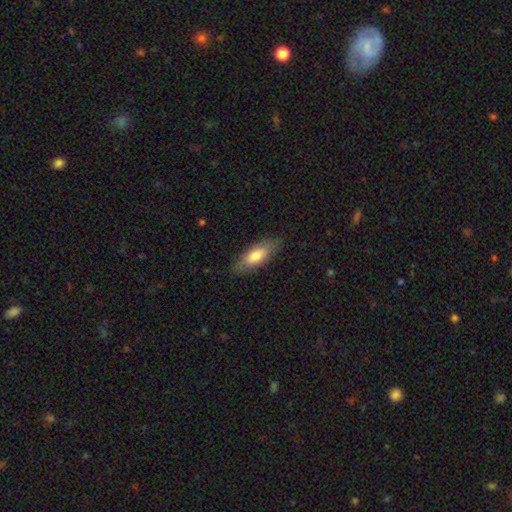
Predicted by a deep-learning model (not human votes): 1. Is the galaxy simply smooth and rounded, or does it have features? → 73% smooth, 21% featured or disk, 6% star or artifact.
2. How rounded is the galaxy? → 75% in between, 23% cigar-shaped, 2% round.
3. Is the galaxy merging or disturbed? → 80% none, 15% minor disturbance, 4% major disturbance, 1% merger.